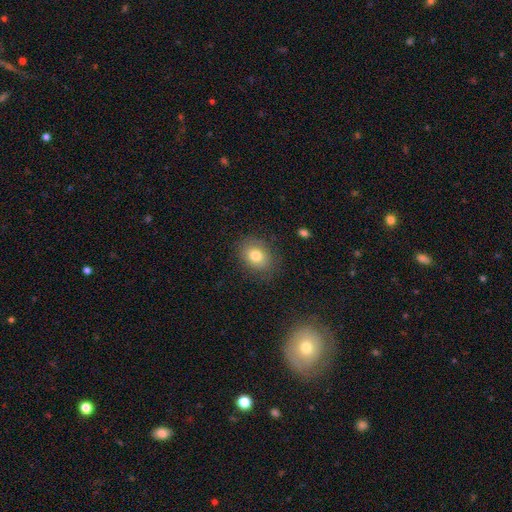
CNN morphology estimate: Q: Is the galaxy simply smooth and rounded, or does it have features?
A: smooth — 78%.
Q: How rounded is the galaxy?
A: in between — 54%.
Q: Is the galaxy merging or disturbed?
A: none — 82%.